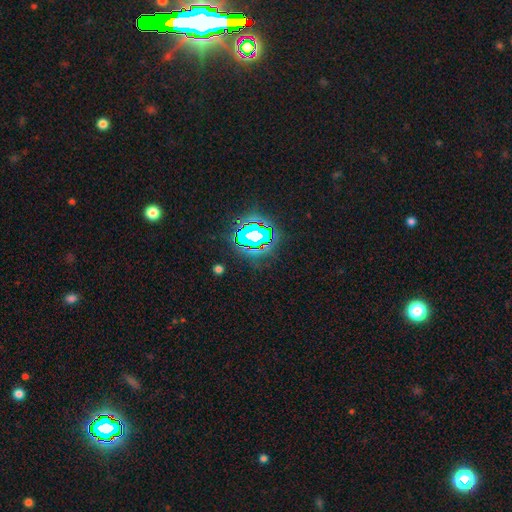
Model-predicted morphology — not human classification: smooth-or-featured: star or artifact: 82% | smooth: 10% | featured or disk: 8%